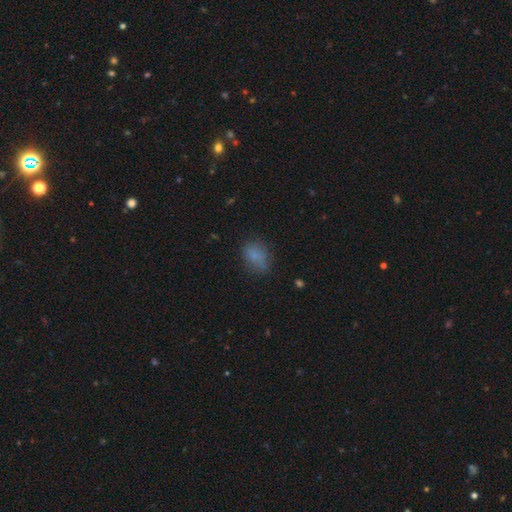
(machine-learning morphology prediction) Smooth or featured? Predicted: smooth (p=0.78). How rounded? Predicted: in between (p=0.71). Merging? Predicted: none (p=0.71).